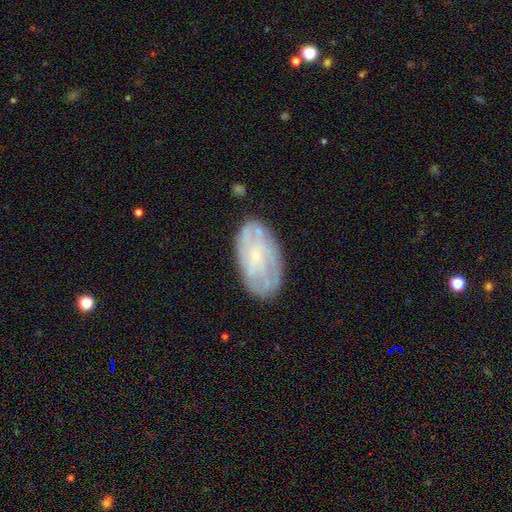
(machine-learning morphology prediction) Smooth or featured: featured or disk — 62% (smooth — 31%)
Edge-on disk: no — 94% (yes — 6%)
Bar: no — 67% (weak — 27%)
Spiral arms: yes — 75% (no — 25%)
Bulge size: small — 73% (moderate — 15%)
Merging: none — 76% (minor disturbance — 17%)